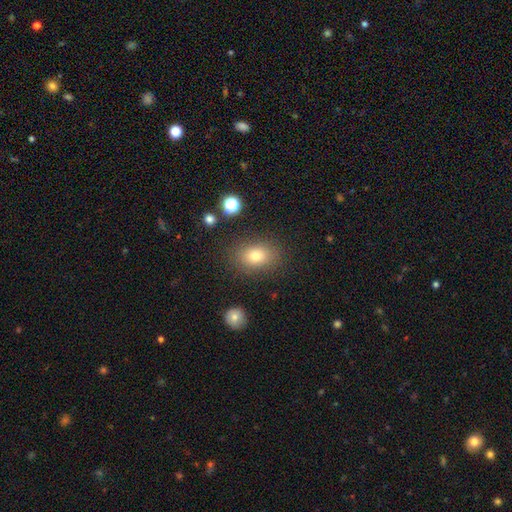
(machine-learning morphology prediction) This is likely a smooth galaxy (76%). How rounded: likely in between (72%). Merging: clearly none (85%).